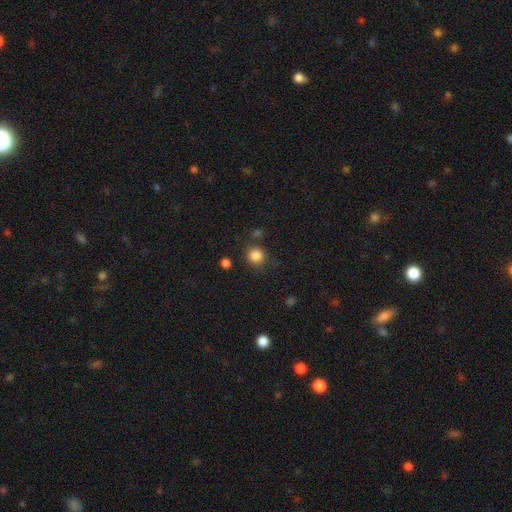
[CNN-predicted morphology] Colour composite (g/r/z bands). It shows a smooth galaxy with no disk features (85%) that is round (91%). Merging: none (82%).